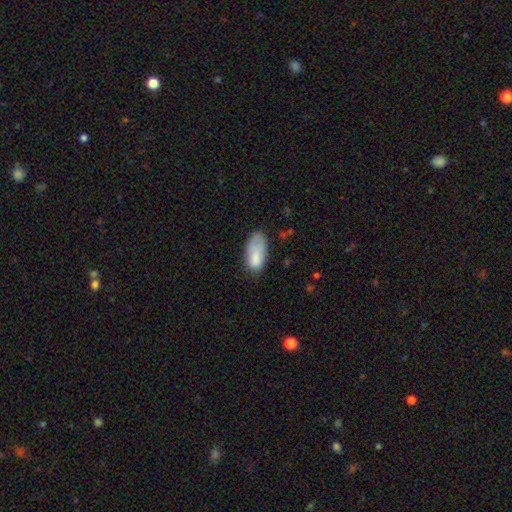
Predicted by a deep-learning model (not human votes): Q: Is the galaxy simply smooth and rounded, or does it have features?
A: smooth — 81%.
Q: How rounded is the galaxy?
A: in between — 91%.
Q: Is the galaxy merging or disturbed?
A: none — 50%.